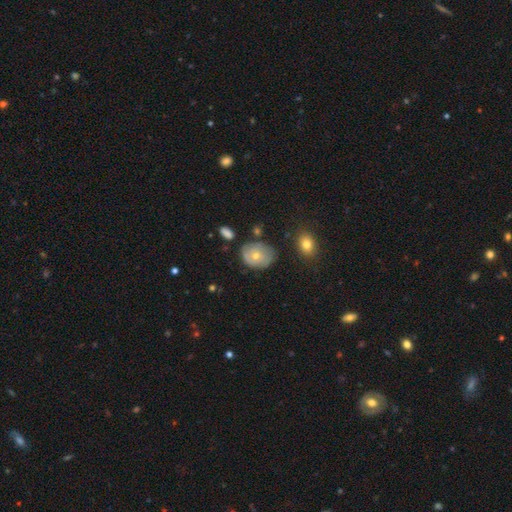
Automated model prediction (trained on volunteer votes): Morphology: type=smooth (47%); merging=none (63%).